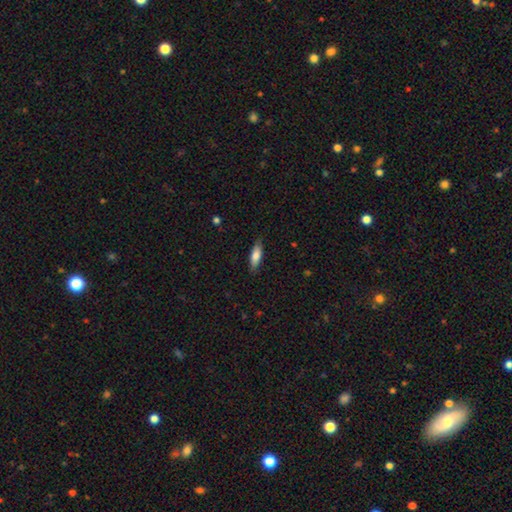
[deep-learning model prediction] smooth 76%, featured or disk 18%, star or artifact 6%. Down the decision tree: how rounded — in between (53%); merging — none (84%).